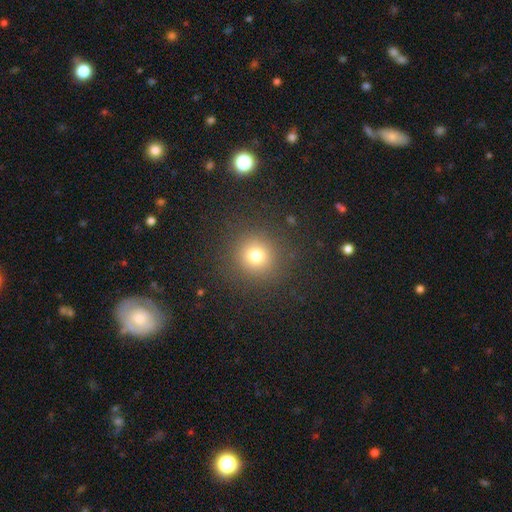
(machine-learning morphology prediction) Smooth or featured? smooth (75%)
How rounded? round (93%)
Merging? none (88%)